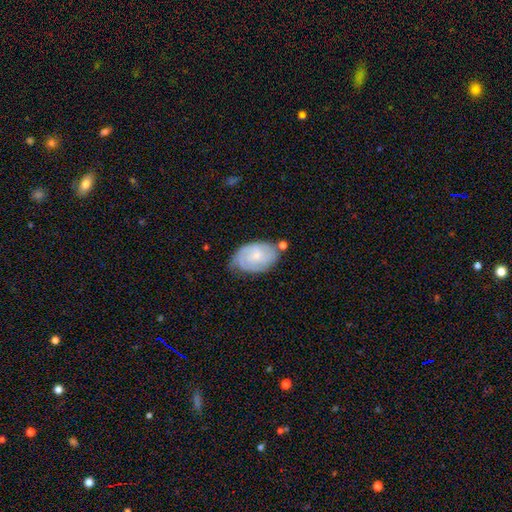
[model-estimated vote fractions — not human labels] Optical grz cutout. It shows a featured or disk galaxy (68%) with no bar (65%), tight (63%) spiral arms (91%) and a small central bulge (62%). Merging: none (60%).